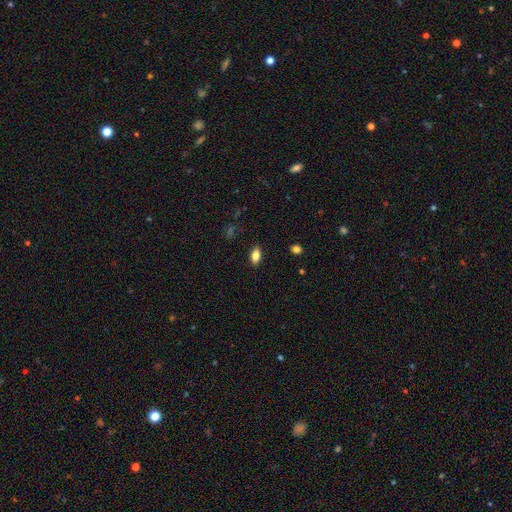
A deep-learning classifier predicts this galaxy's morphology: Smooth or featured?
  - smooth: 81% *
  - featured or disk: 11%
  - star or artifact: 9%
How rounded?
  - in between: 87% *
  - cigar-shaped: 8%
  - round: 4%
Merging?
  - none: 88% *
  - minor disturbance: 9%
  - major disturbance: 2%
  - merger: 1%